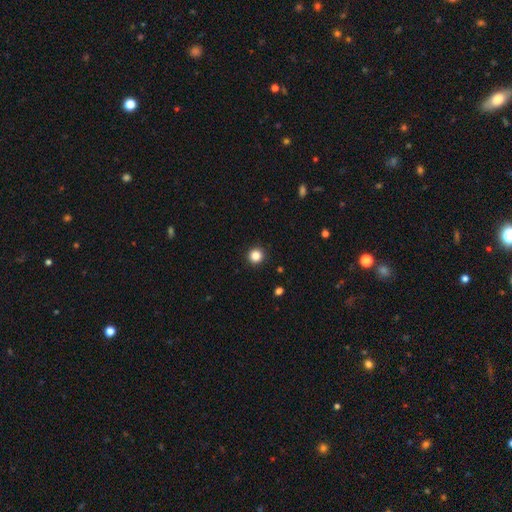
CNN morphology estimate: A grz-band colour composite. It shows a smooth galaxy with no disk features (85%) that is round (95%). Merging: none (93%).